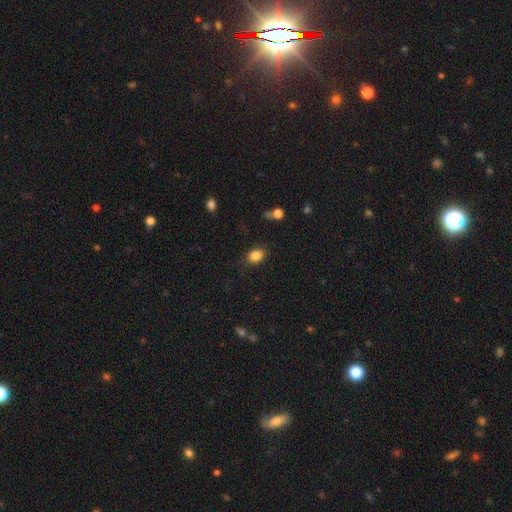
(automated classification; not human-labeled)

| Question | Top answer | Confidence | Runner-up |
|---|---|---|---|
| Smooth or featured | smooth | 86% | star or artifact (10%) |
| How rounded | in between | 58% | round (41%) |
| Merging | none | 81% | minor disturbance (13%) |